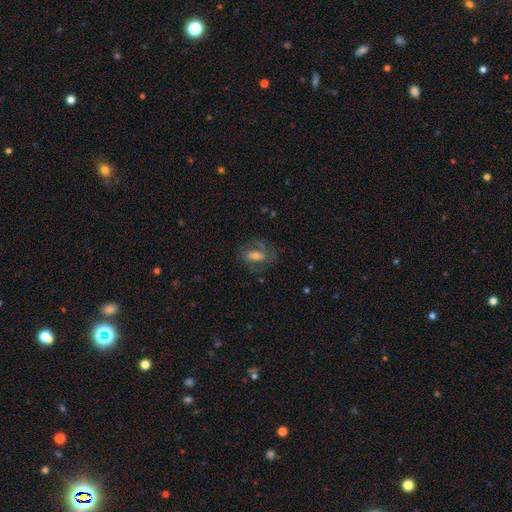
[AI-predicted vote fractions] featured or disk 56%, smooth 33%, star or artifact 11%. Down the decision tree: edge-on disk — no (94%); bar — weak (39%); spiral arms — yes (68%); bulge size — moderate (43%); merging — none (61%).